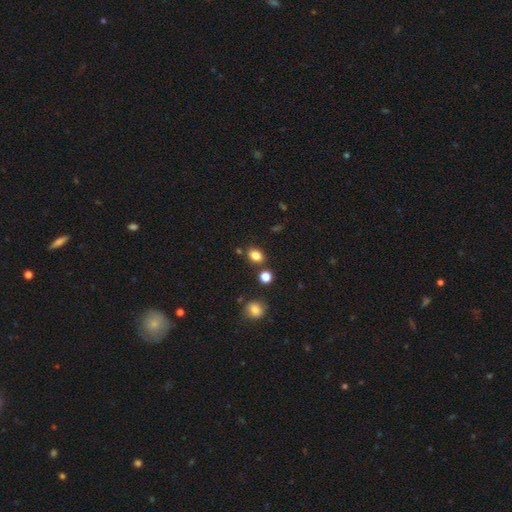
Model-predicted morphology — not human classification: Overall: smooth (83%). How rounded: in between (69%; round 30%). Merging: none (80%).